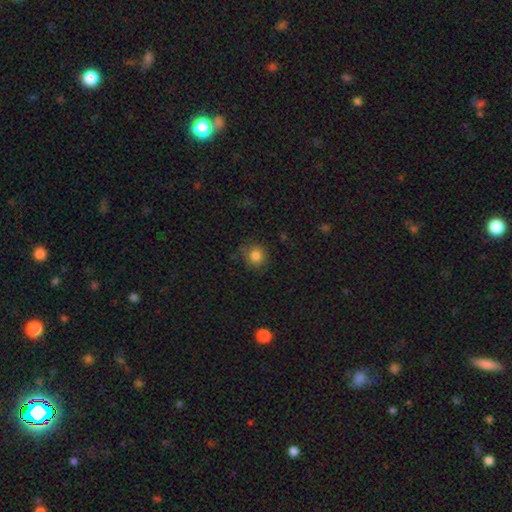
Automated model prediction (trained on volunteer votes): Smooth or featured?
  - smooth: 83% *
  - star or artifact: 11%
  - featured or disk: 5%
How rounded?
  - round: 87% *
  - in between: 12%
  - cigar-shaped: 1%
Merging?
  - none: 81% *
  - minor disturbance: 14%
  - major disturbance: 4%
  - merger: 2%